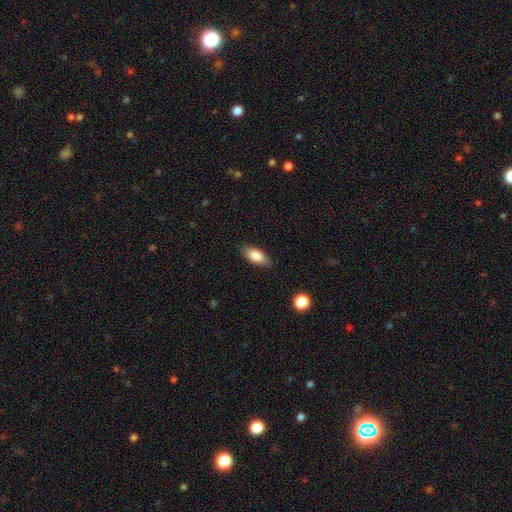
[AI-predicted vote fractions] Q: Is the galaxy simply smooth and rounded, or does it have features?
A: smooth — 83%.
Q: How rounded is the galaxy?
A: in between — 85%.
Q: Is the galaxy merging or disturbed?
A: none — 83%.